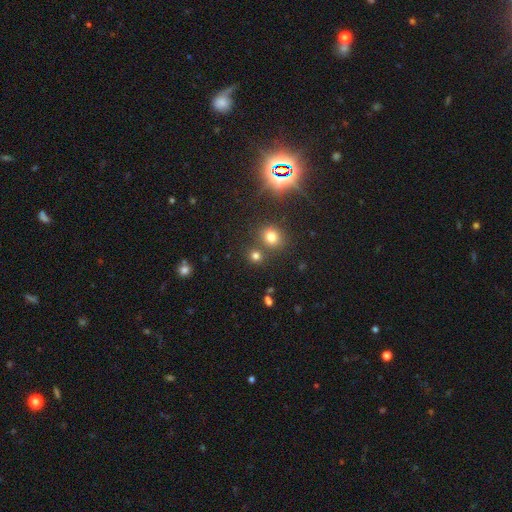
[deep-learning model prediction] Smooth or featured? Predicted: smooth (p=0.71). How rounded? Predicted: round (p=0.79). Merging? Predicted: none (p=0.71).